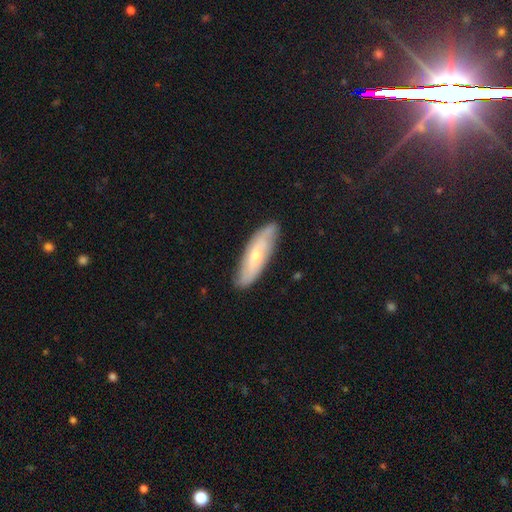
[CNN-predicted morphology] A featured or disk galaxy (54%). Merging: none (82%).